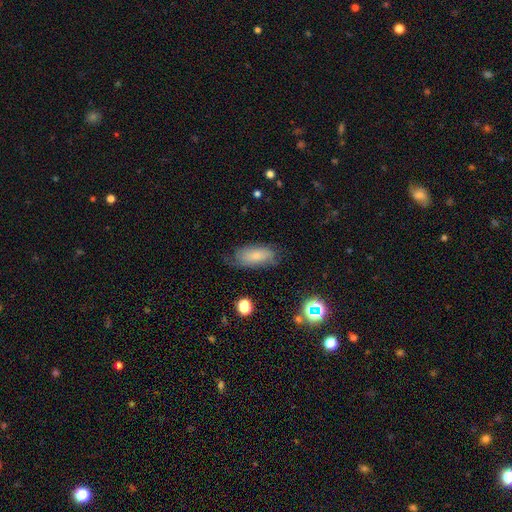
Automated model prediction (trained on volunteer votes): This is likely a smooth galaxy (61%). How rounded: clearly in between (85%). Merging: likely none (65%).